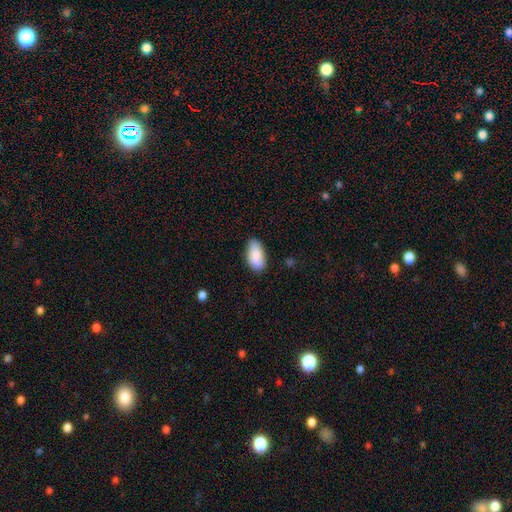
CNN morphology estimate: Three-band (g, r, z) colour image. It shows a smooth galaxy with no disk features (88%) that is in between round and cigar-shaped (94%). Merging: none (79%).